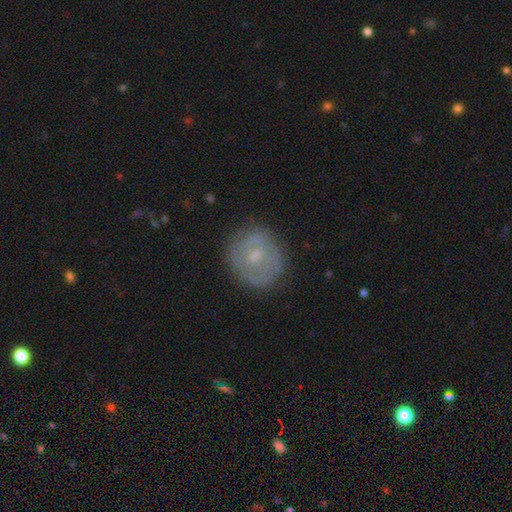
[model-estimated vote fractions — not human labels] smooth_or_featured: featured or disk (p=0.51) [alt: smooth p=0.39]
disk_edge_on: no (p=0.96) [alt: yes p=0.04]
merging: none (p=0.80) [alt: minor disturbance p=0.14]